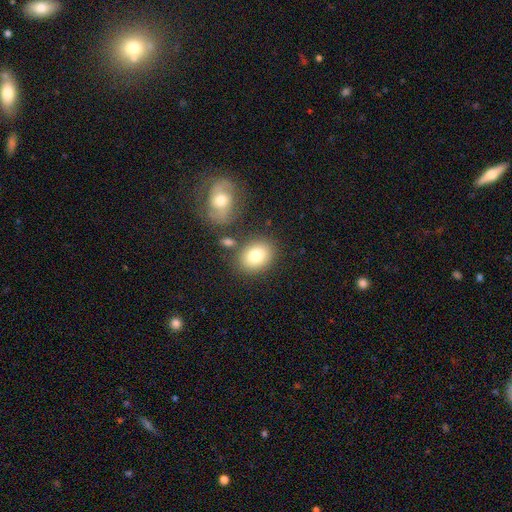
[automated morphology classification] smooth 80%, featured or disk 11%, star or artifact 8%. Down the decision tree: how rounded — in between (60%); merging — none (74%).